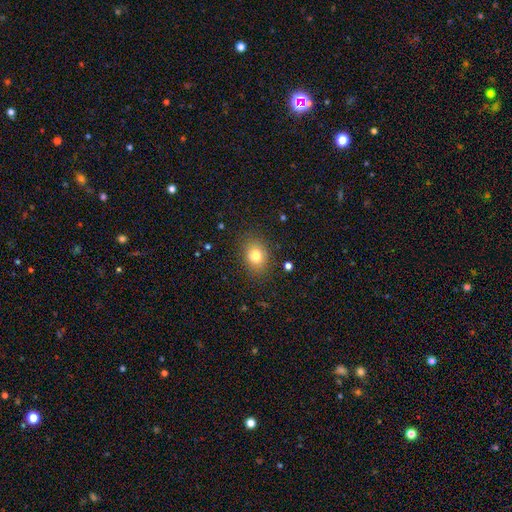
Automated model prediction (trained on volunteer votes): A smooth galaxy with no disk features (79%) that is in between round and cigar-shaped (53%).

Vote fractions:
- Smooth or featured? smooth: 79% / star or artifact: 11% / featured or disk: 10%
- How rounded? in between: 53% / round: 46% / cigar-shaped: 1%
- Merging? none: 84% / minor disturbance: 11% / major disturbance: 3% / merger: 1%